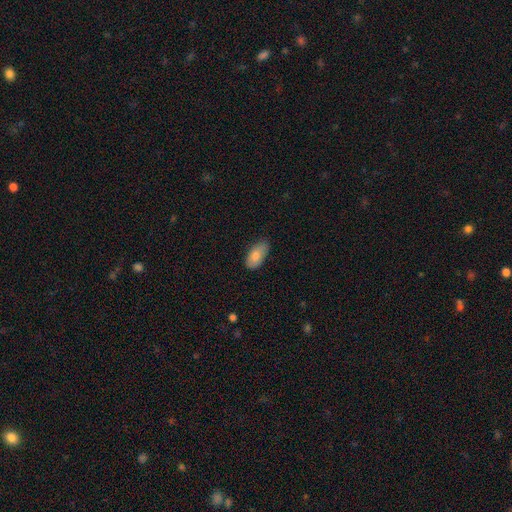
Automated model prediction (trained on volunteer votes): The model was most divided on "merging": none: 75%, minor disturbance: 20%, major disturbance: 3%, merger: 1%. More confident: how rounded — in between (93%); smooth or featured — smooth (81%).